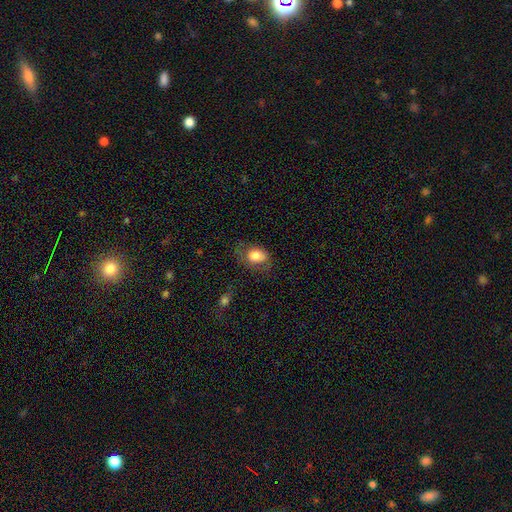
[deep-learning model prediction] Smooth or featured? Predicted: smooth (p=0.76). How rounded? Predicted: in between (p=0.71). Merging? Predicted: none (p=0.50).